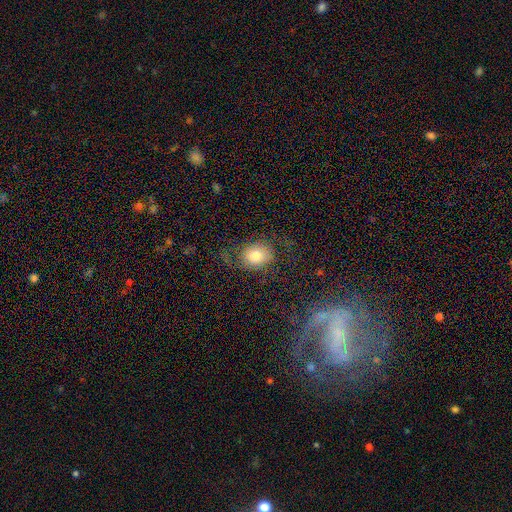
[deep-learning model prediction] Overall: smooth (75%). How rounded: round (51%; in between 48%). Merging: none (60%).